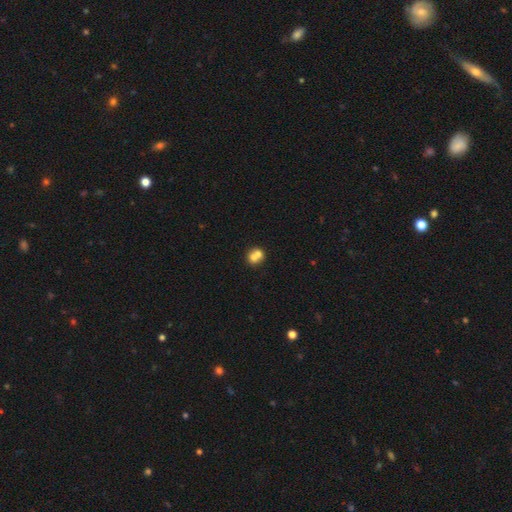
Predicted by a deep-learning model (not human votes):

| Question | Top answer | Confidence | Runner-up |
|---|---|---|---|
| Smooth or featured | smooth | 68% | featured or disk (21%) |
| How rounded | round | 75% | in between (24%) |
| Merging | merger | 61% | none (30%) |